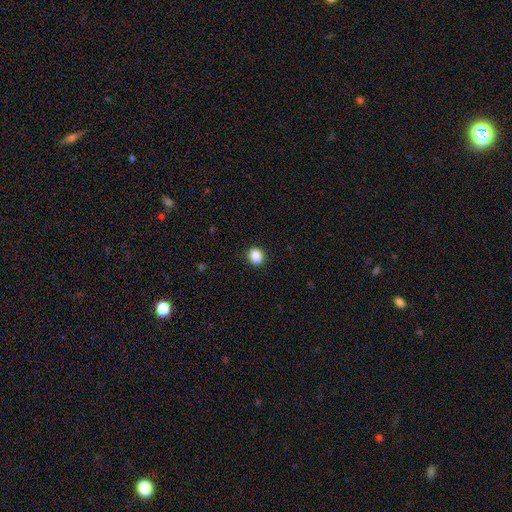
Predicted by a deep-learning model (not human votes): smooth_or_featured: smooth (p=0.88) [alt: star or artifact p=0.09]
how_rounded: round (p=0.59) [alt: in between p=0.40]
merging: none (p=0.90) [alt: minor disturbance p=0.07]